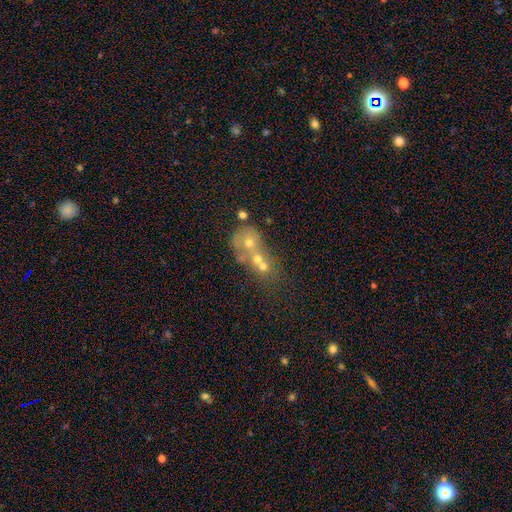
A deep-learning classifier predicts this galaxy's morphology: Smooth or featured?
  - smooth: 42% *
  - featured or disk: 38%
  - star or artifact: 21%
Merging?
  - merger: 65% *
  - none: 22%
  - minor disturbance: 7%
  - major disturbance: 6%